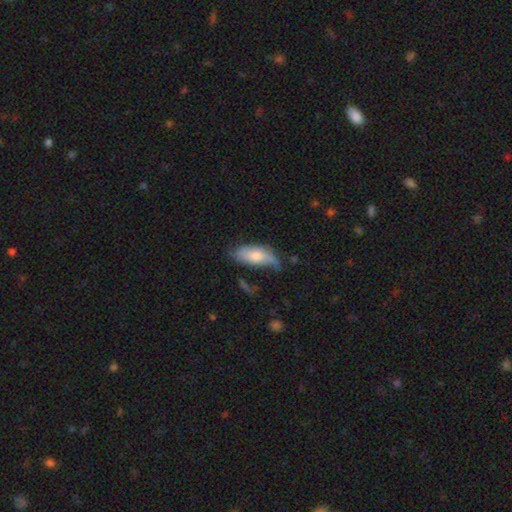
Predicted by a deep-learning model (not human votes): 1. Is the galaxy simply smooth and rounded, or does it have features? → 57% smooth, 36% featured or disk, 7% star or artifact.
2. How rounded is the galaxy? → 78% in between, 20% cigar-shaped, 3% round.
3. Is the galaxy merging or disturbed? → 46% none, 34% minor disturbance, 16% major disturbance, 4% merger.